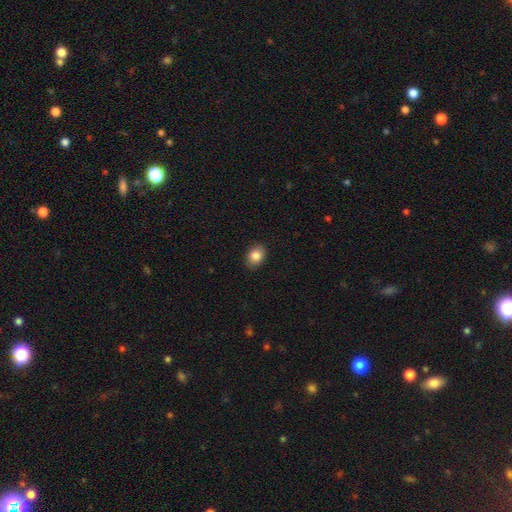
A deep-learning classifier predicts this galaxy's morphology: The model was most divided on "how rounded": in between: 65%, round: 34%, cigar-shaped: 1%. More confident: merging — none (88%); smooth or featured — smooth (85%).